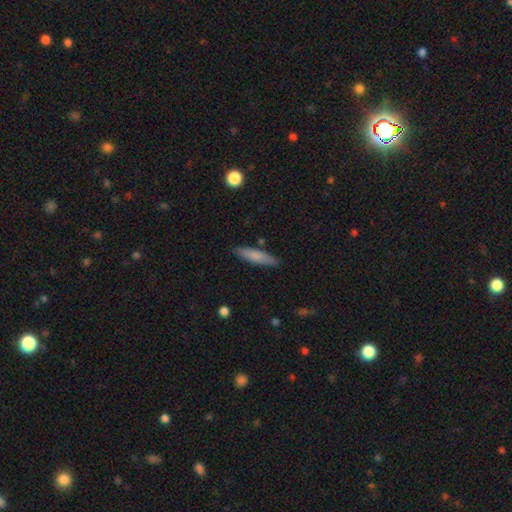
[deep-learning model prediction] A smooth galaxy with no disk features (76%) that is cigar-shaped (77%). Merging: none (86%).